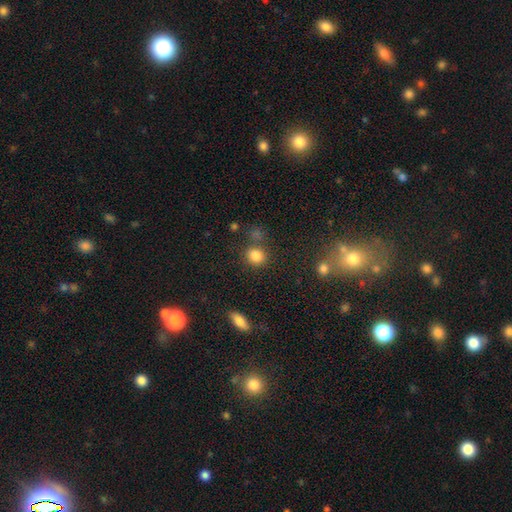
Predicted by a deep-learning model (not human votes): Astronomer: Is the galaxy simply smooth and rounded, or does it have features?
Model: smooth — 83%.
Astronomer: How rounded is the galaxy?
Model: round — 69%.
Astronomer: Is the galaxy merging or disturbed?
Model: none — 73%.